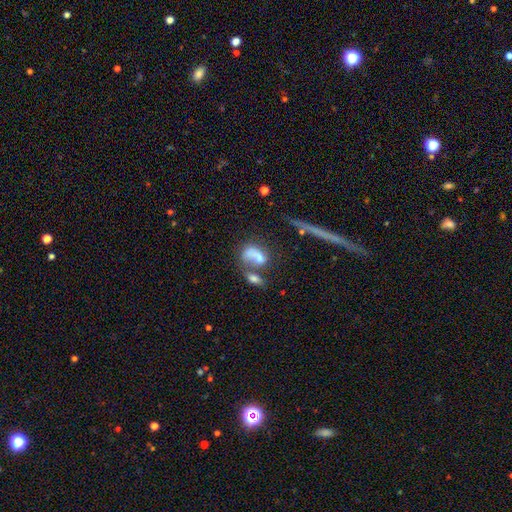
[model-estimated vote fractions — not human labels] Smooth or featured: smooth — 64% (featured or disk — 24%)
How rounded: in between — 68% (round — 27%)
Merging: merger — 44% (none — 25%)